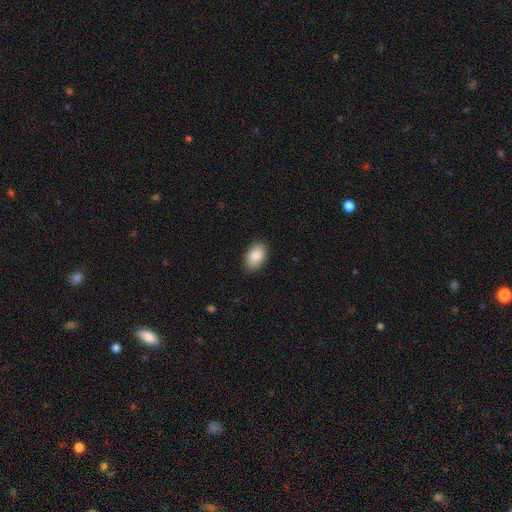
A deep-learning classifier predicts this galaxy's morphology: A smooth galaxy with no disk features (88%) that is in between round and cigar-shaped (92%). Merging: none (88%).